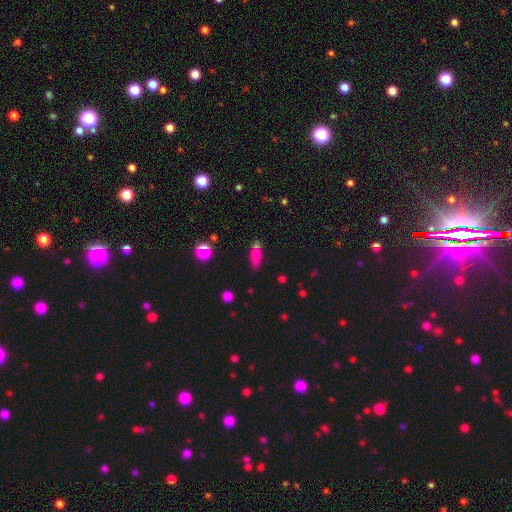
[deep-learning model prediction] The model was most divided on "how rounded": in between: 53%, cigar-shaped: 43%, round: 4%. More confident: smooth or featured — smooth (73%); merging — none (61%).